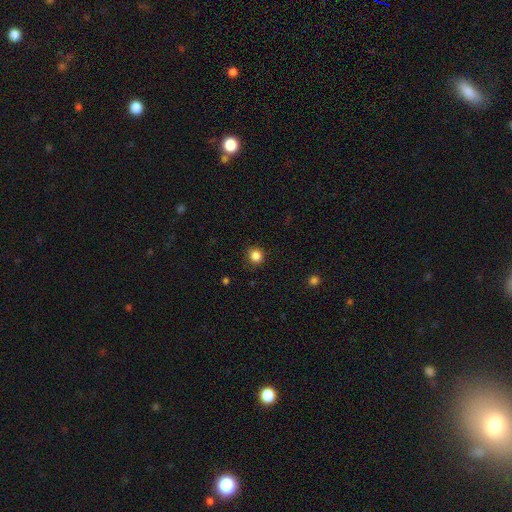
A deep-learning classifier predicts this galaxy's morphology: Overall: smooth (84%). How rounded: round (89%). Merging: none (87%).